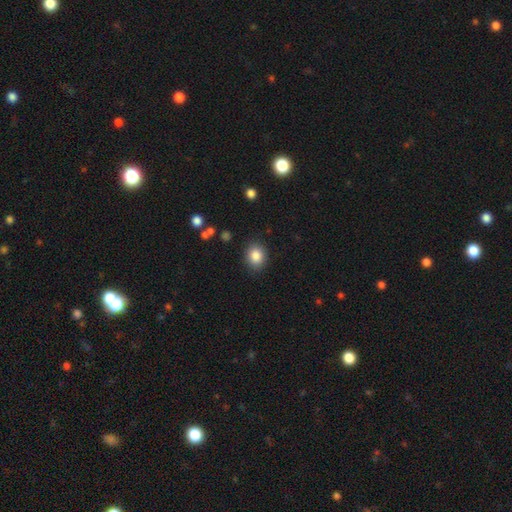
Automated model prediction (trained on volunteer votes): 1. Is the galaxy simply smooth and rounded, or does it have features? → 86% smooth, 9% star or artifact, 5% featured or disk.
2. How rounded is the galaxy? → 60% round, 39% in between, 1% cigar-shaped.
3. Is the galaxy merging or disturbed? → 86% none, 9% minor disturbance, 3% major disturbance, 1% merger.